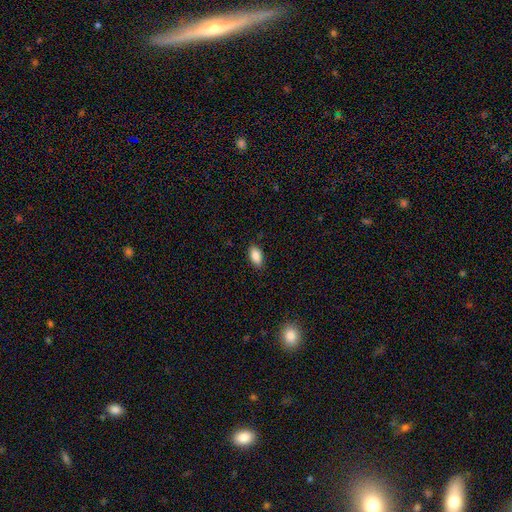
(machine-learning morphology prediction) This appears to be a smooth galaxy with no disk features (87%) that is in between round and cigar-shaped (92%). Merging: none (85%).